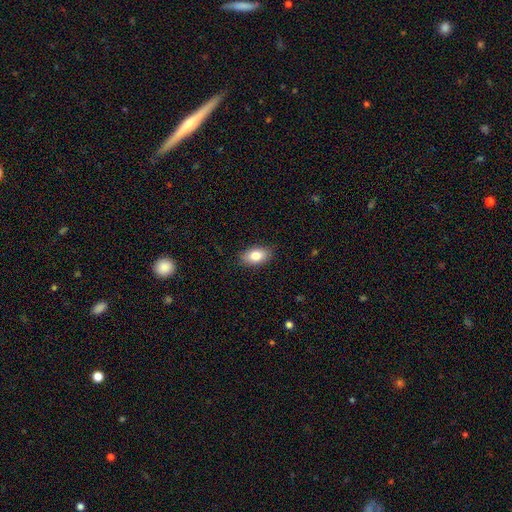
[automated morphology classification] type=smooth (83%); roundness=in between (91%); merging=none (87%).